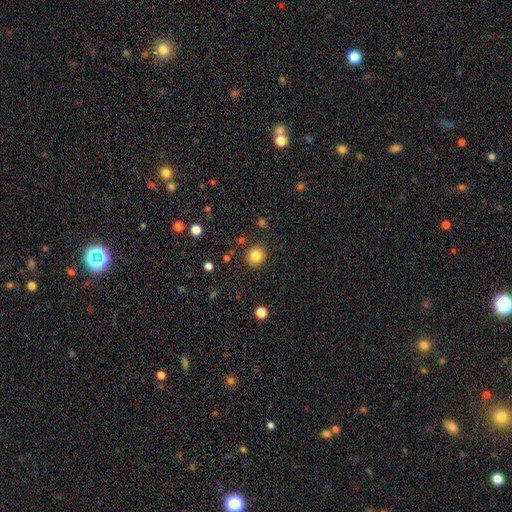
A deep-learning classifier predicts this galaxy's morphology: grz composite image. It shows a smooth galaxy with no disk features (83%) that is round (82%). Merging: none (88%).